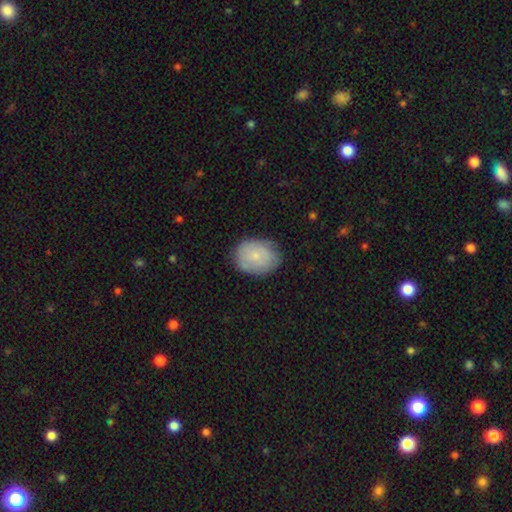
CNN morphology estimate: A smooth galaxy with no disk features (72%) that is in between round and cigar-shaped (57%). Merging: none (75%).